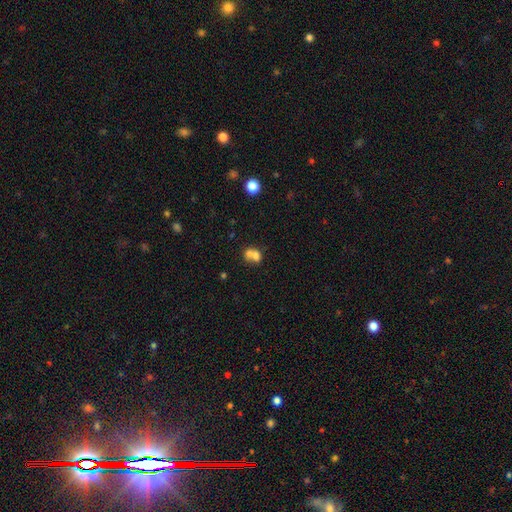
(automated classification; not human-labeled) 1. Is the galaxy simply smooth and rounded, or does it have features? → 67% smooth, 22% featured or disk, 12% star or artifact.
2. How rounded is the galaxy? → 53% round, 46% in between, 1% cigar-shaped.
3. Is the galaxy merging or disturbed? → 67% merger, 22% none, 7% minor disturbance, 4% major disturbance.